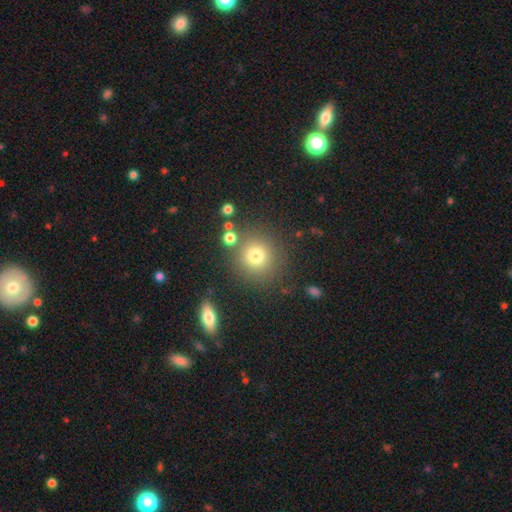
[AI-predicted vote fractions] smooth 75%, star or artifact 15%, featured or disk 10%. Down the decision tree: how rounded — round (92%); merging — none (80%).